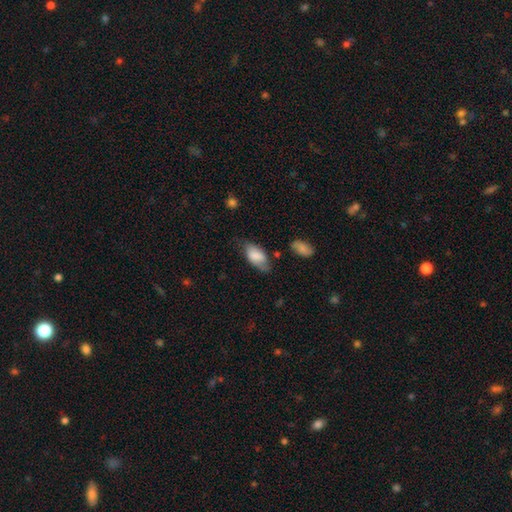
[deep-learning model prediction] Smooth or featured?
  - smooth: 74% *
  - featured or disk: 19%
  - star or artifact: 7%
How rounded?
  - in between: 92% *
  - cigar-shaped: 5%
  - round: 3%
Merging?
  - none: 54% *
  - minor disturbance: 32%
  - major disturbance: 10%
  - merger: 4%